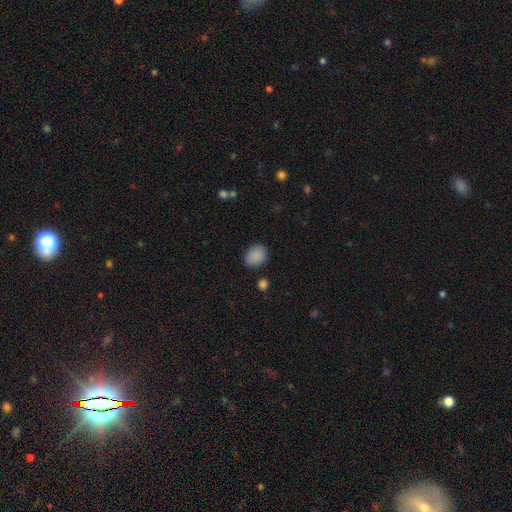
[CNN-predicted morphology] Smooth or featured: smooth — 88% (star or artifact — 8%)
How rounded: in between — 58% (round — 41%)
Merging: none — 83% (minor disturbance — 11%)